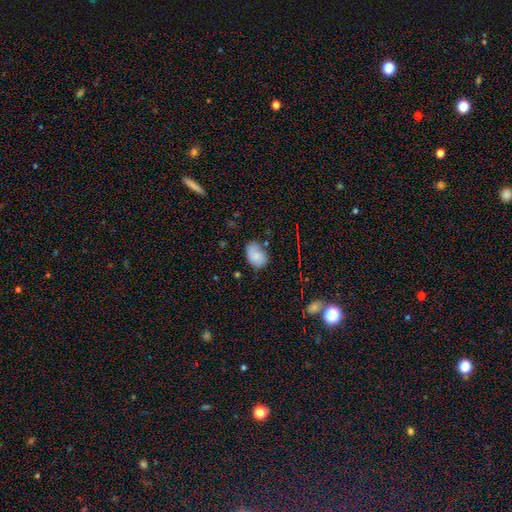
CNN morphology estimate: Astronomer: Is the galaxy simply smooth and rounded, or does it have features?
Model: smooth — 80%.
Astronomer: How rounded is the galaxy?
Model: in between — 85%.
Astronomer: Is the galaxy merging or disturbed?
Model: none — 64%.